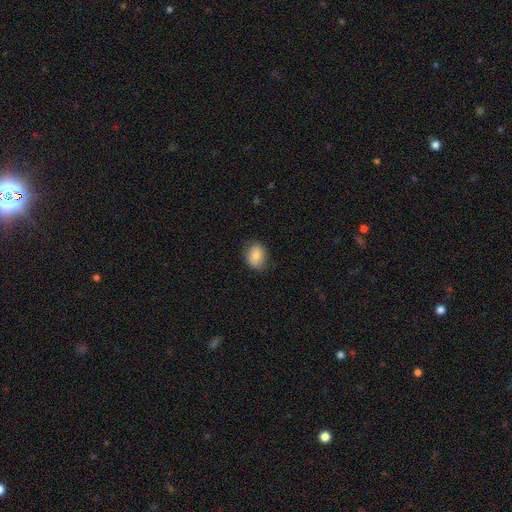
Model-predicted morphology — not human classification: This is clearly a smooth galaxy (82%). How rounded: possibly in between (57%). Merging: likely none (80%).